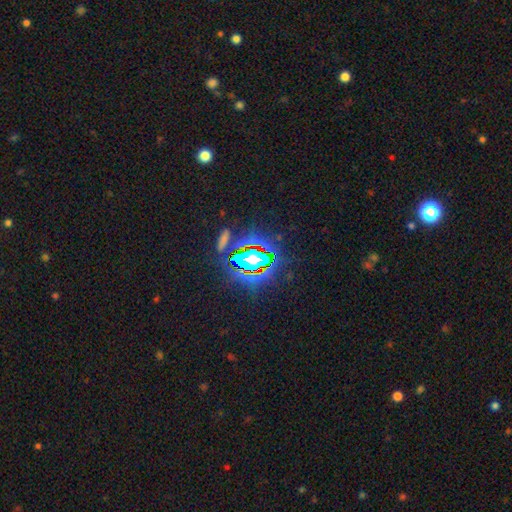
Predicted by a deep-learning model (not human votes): A star or artifact, not a galaxy (86%).

Vote fractions:
- Smooth or featured? star or artifact: 86% / smooth: 8% / featured or disk: 7%